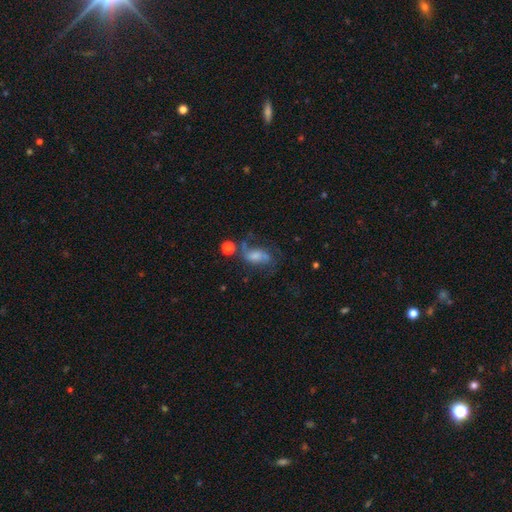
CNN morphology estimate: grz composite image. It shows a featured or disk galaxy (51%). Merging: none (37%).